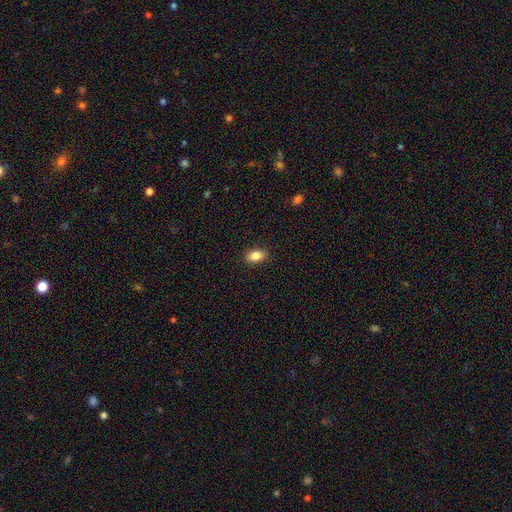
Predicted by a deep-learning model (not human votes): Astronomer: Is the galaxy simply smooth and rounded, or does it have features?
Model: smooth — 85%.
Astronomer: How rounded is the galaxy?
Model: in between — 89%.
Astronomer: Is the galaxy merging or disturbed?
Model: none — 89%.